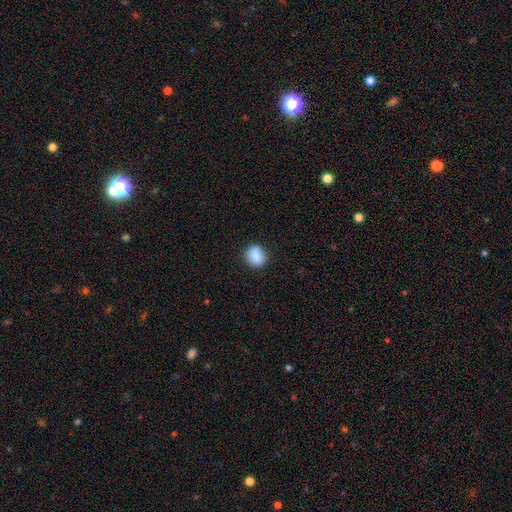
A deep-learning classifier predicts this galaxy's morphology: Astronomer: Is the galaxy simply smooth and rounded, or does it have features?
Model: smooth — 87%.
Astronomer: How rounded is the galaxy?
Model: round — 60% (runner-up: in between, 38%).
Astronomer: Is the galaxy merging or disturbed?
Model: none — 83%.